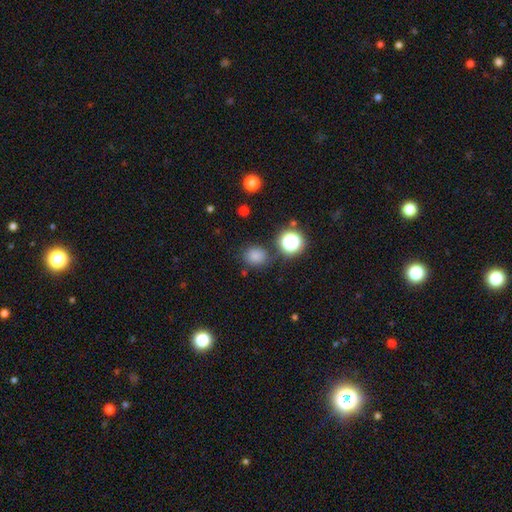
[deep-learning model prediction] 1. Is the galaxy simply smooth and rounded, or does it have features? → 77% smooth, 18% star or artifact, 5% featured or disk.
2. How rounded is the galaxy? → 68% round, 31% in between, 1% cigar-shaped.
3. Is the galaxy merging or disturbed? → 77% none, 13% minor disturbance, 6% merger, 4% major disturbance.